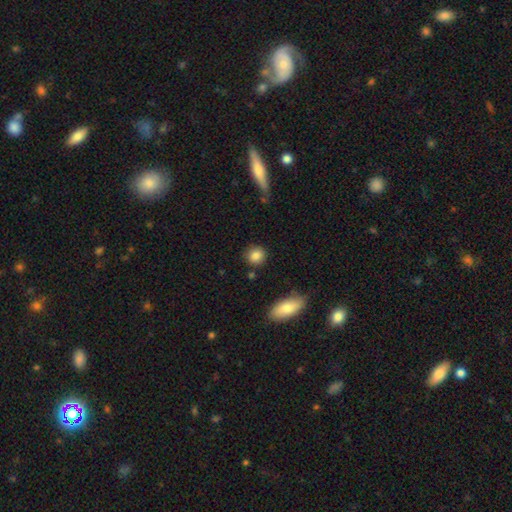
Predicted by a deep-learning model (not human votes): Overall: smooth (86%). How rounded: round (85%). Merging: none (85%).